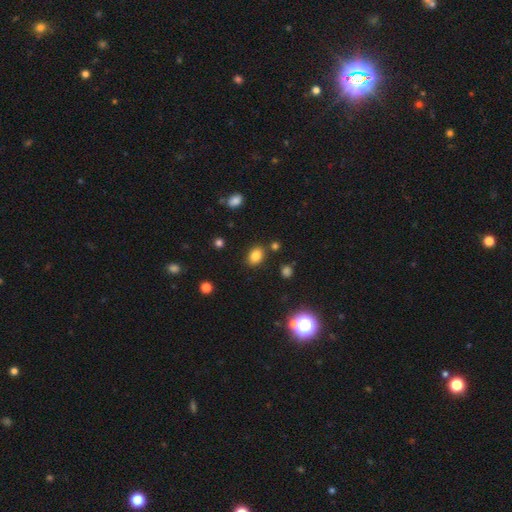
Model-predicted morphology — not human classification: The model was most divided on "how rounded": in between: 72%, round: 26%, cigar-shaped: 1%. More confident: merging — none (83%); smooth or featured — smooth (82%).